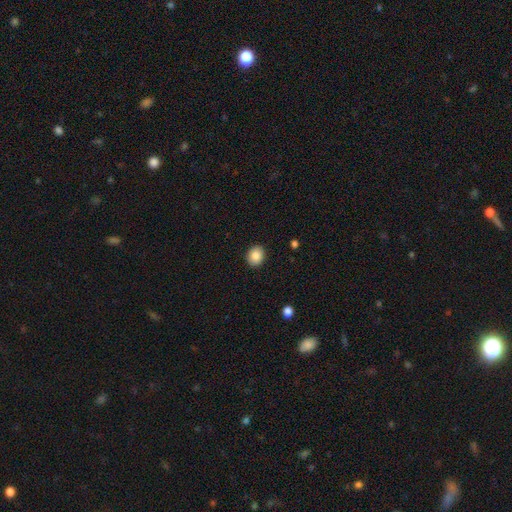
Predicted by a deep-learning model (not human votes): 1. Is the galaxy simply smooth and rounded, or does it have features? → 87% smooth, 8% star or artifact, 5% featured or disk.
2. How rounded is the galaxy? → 55% round, 44% in between, 1% cigar-shaped.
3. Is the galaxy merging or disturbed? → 91% none, 6% minor disturbance, 2% major disturbance, 1% merger.